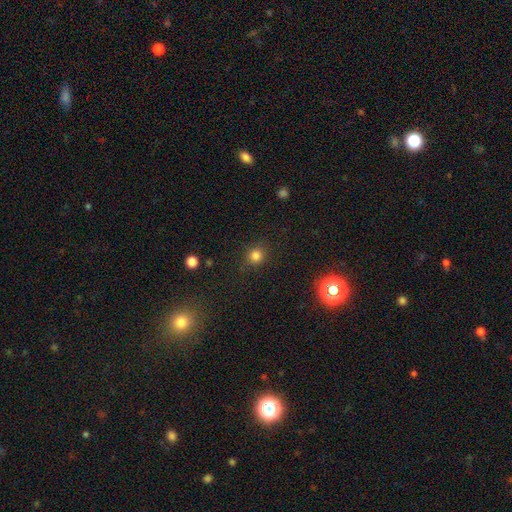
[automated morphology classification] Smooth or featured? Predicted: smooth (p=0.80). How rounded? Predicted: round (p=0.88). Merging? Predicted: none (p=0.86).